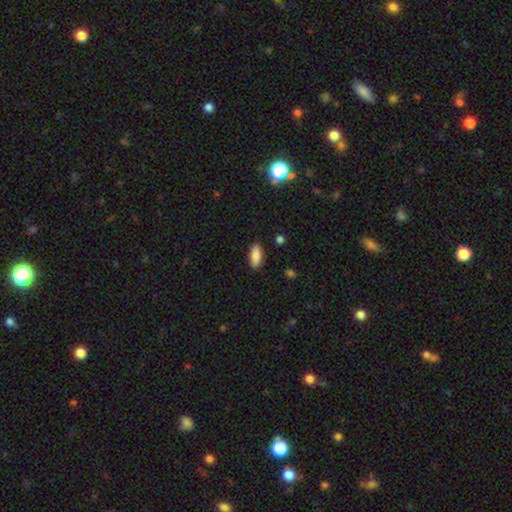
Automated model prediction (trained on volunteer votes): The model was most divided on "how rounded": in between: 84%, cigar-shaped: 14%, round: 2%. More confident: merging — none (89%); smooth or featured — smooth (86%).